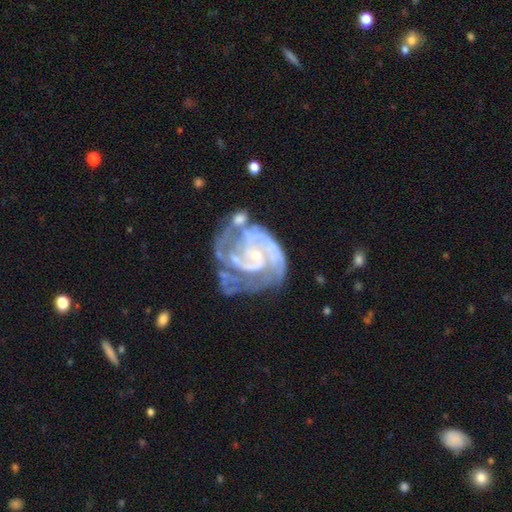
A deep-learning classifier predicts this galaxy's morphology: A featured or disk galaxy (89%) with no bar (63%), 2 (41%) tight (54%) spiral arms (94%) and a small central bulge (67%). Merging: none (40%).